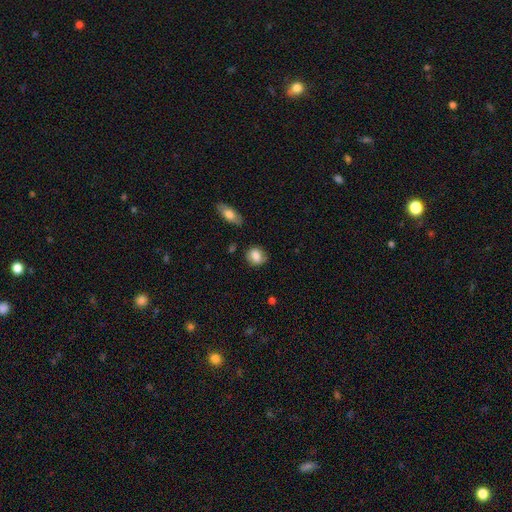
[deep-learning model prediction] This is clearly a smooth galaxy (82%). How rounded: likely round (63%). Merging: likely none (75%).